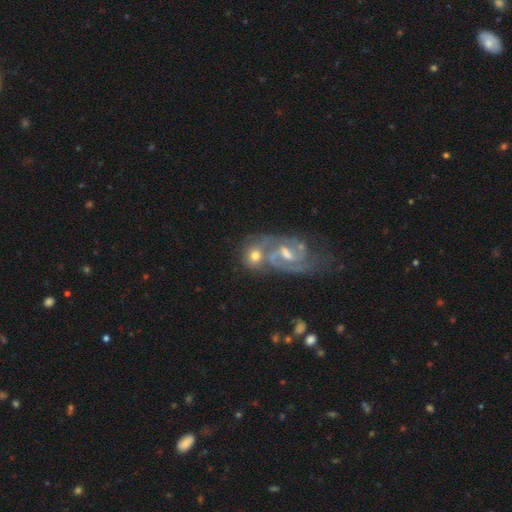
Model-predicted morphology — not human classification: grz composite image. It shows a featured or disk galaxy (61%) with a weak bar (50%), spiral arms (86%) and a moderate central bulge (53%). Merging: merger (46%).